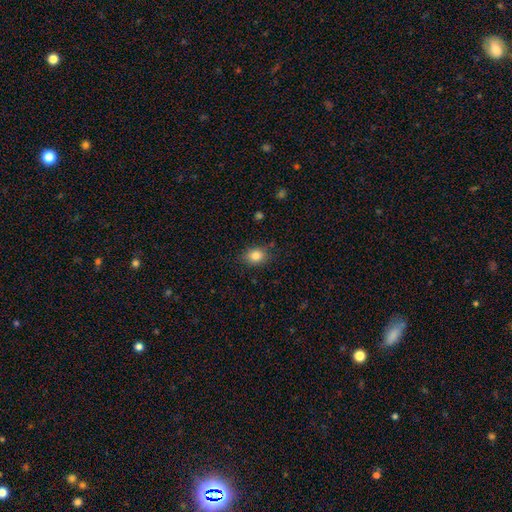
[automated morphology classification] A smooth galaxy with no disk features (84%) that is in between round and cigar-shaped (59%). Merging: none (82%).